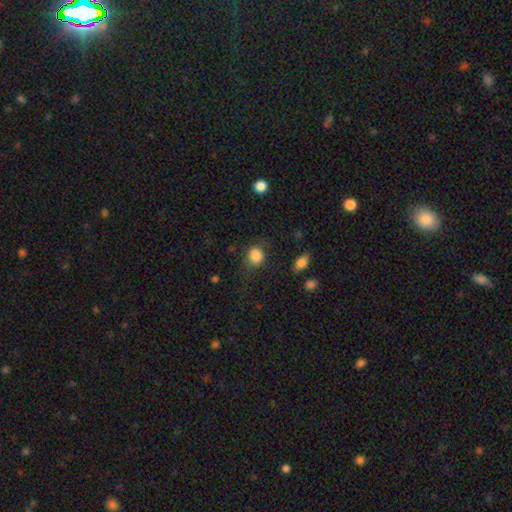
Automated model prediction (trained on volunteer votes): A smooth galaxy with no disk features (86%) that is round (67%). Merging: none (68%).